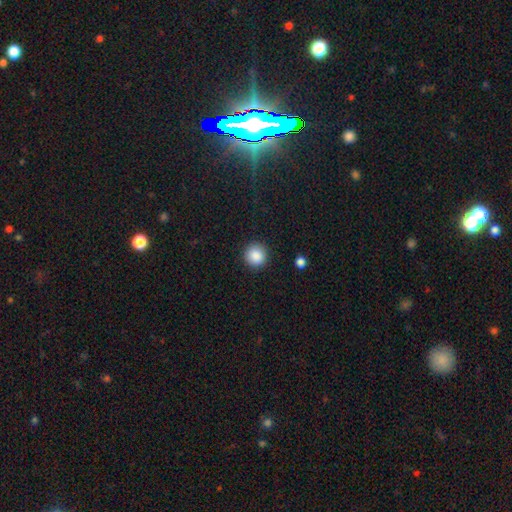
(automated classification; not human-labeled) The model was most divided on "smooth or featured": smooth: 88%, star or artifact: 9%, featured or disk: 3%. More confident: how rounded — round (94%); merging — none (91%).